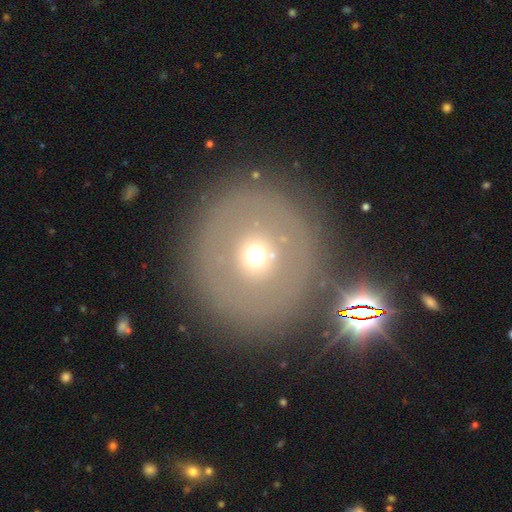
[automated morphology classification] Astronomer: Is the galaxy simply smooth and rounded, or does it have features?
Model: smooth — 48% (runner-up: featured or disk, 39%).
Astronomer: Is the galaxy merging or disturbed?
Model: none — 78%.